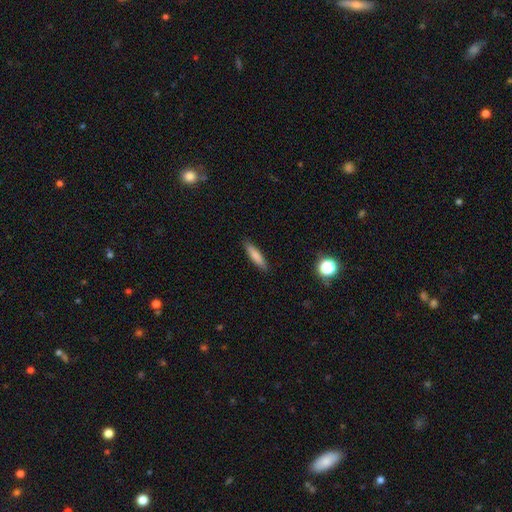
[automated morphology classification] smooth-or-featured: smooth: 80% | featured or disk: 12% | star or artifact: 7%
  how-rounded: cigar-shaped: 77% | in between: 21% | round: 2%
  merging: none: 88% | minor disturbance: 9% | major disturbance: 2% | merger: 1%